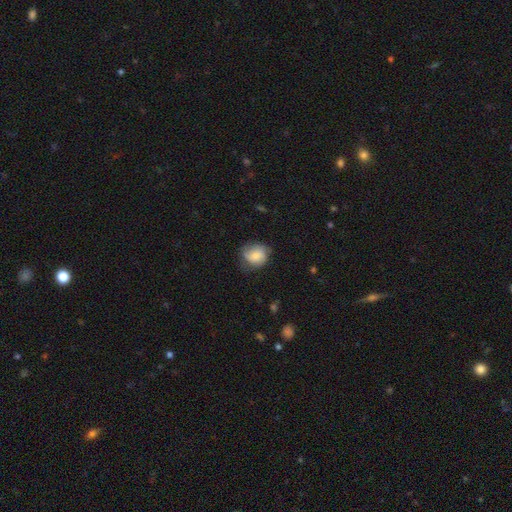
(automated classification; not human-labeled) smooth 67%, featured or disk 26%, star or artifact 7%. Down the decision tree: how rounded — round (72%); merging — none (59%).